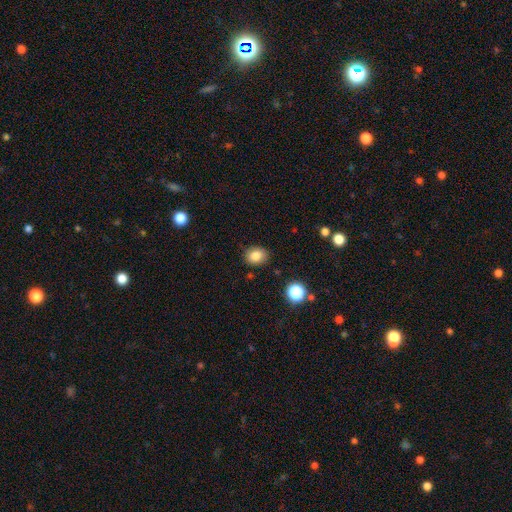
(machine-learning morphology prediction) Smooth or featured: smooth — 83% (star or artifact — 11%)
How rounded: round — 53% (in between — 46%)
Merging: none — 85% (minor disturbance — 11%)